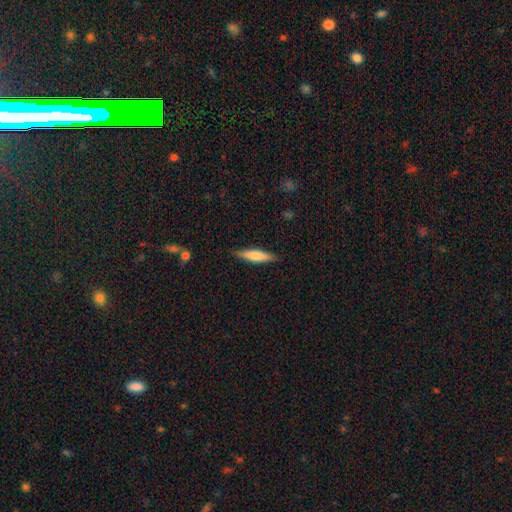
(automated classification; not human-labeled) Smooth or featured?
  - smooth: 65% *
  - featured or disk: 29%
  - star or artifact: 6%
How rounded?
  - cigar-shaped: 82% *
  - in between: 17%
  - round: 1%
Merging?
  - none: 87% *
  - minor disturbance: 10%
  - major disturbance: 2%
  - merger: 1%